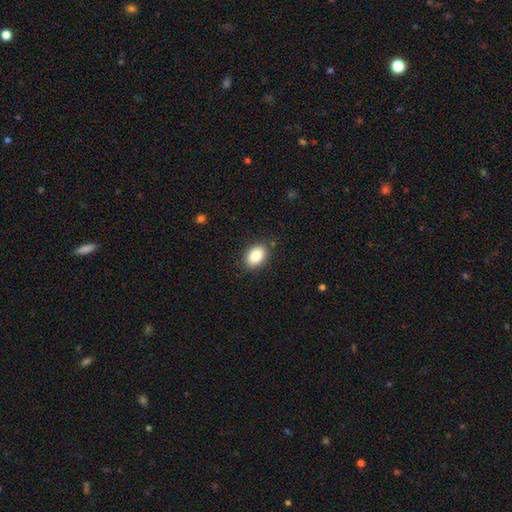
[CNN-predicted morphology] A smooth galaxy with no disk features (87%) that is in between round and cigar-shaped (83%).

Vote fractions:
- Smooth or featured? smooth: 87% / star or artifact: 8% / featured or disk: 5%
- How rounded? in between: 83% / round: 16% / cigar-shaped: 1%
- Merging? none: 86% / minor disturbance: 10% / major disturbance: 3% / merger: 1%